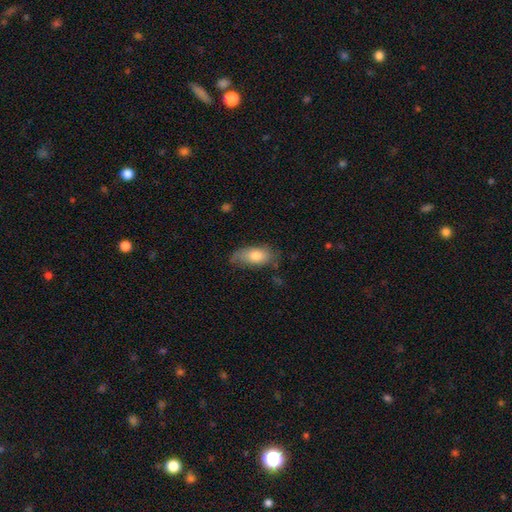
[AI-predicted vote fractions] The model was most divided on "merging": none: 58%, minor disturbance: 30%, major disturbance: 10%, merger: 2%. More confident: how rounded — in between (88%); smooth or featured — smooth (75%).